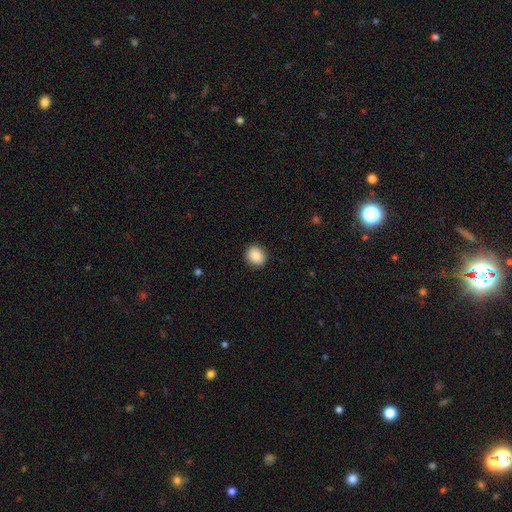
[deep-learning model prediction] smooth_or_featured: smooth (p=0.88) [alt: star or artifact p=0.08]
how_rounded: round (p=0.71) [alt: in between p=0.28]
merging: none (p=0.90) [alt: minor disturbance p=0.07]